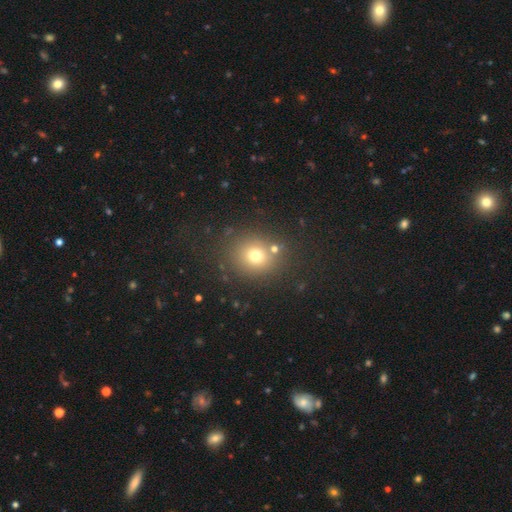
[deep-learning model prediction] Smooth or featured: smooth — 71% (star or artifact — 18%)
How rounded: round — 79% (in between — 20%)
Merging: none — 78% (minor disturbance — 9%)